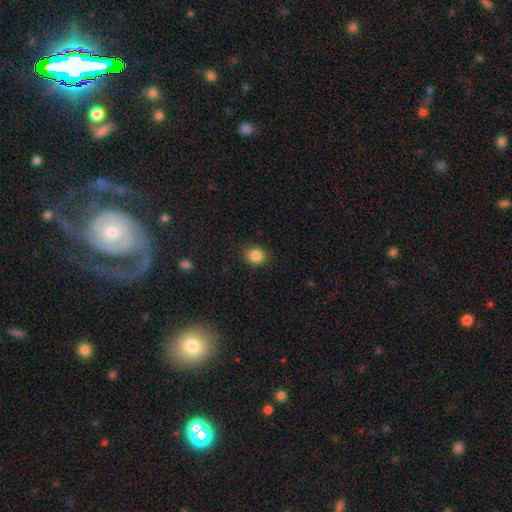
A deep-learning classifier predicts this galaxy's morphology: Overall: smooth (86%). How rounded: round (71%). Merging: none (88%).